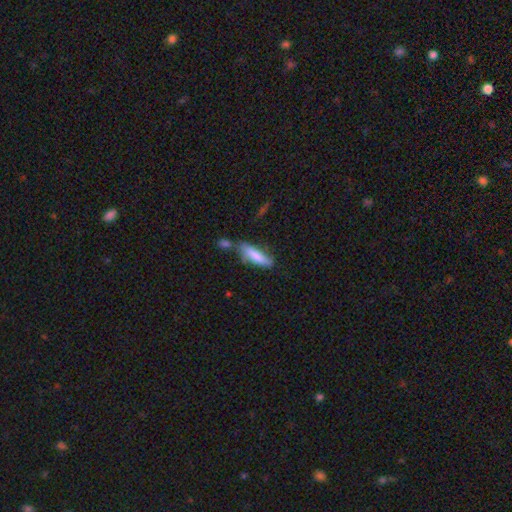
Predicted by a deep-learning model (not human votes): Smooth or featured?
  - smooth: 80% *
  - featured or disk: 14%
  - star or artifact: 6%
How rounded?
  - cigar-shaped: 59% *
  - in between: 39%
  - round: 2%
Merging?
  - none: 50% *
  - minor disturbance: 23%
  - merger: 18%
  - major disturbance: 8%